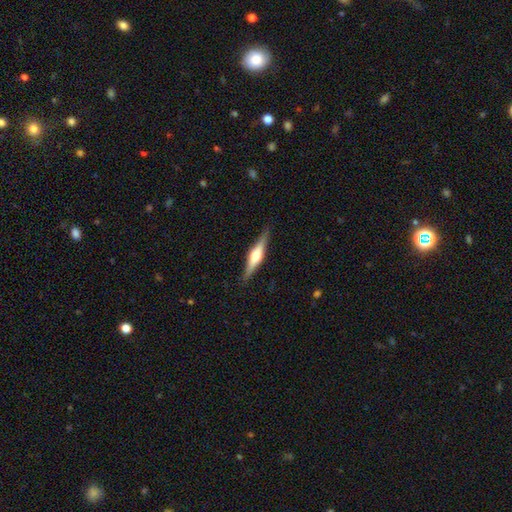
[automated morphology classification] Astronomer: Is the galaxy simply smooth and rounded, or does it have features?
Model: featured or disk — 71%.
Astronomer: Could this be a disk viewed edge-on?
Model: yes — 97%.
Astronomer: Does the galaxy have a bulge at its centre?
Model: rounded — 91%.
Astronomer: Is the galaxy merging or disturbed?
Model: none — 89%.